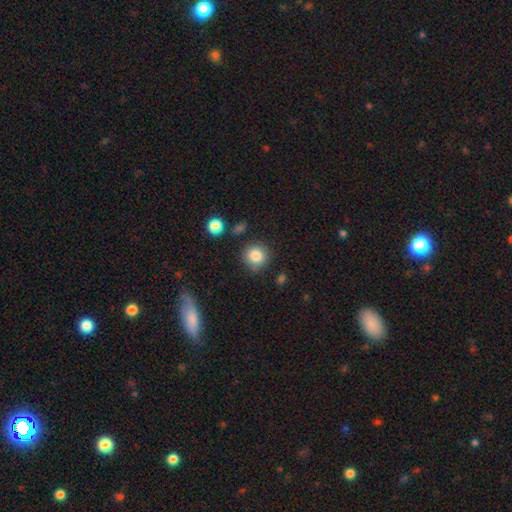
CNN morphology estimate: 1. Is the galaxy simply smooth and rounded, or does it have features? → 84% smooth, 10% star or artifact, 6% featured or disk.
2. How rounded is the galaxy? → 91% round, 8% in between, 1% cigar-shaped.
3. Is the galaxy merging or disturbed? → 83% none, 11% minor disturbance, 4% merger, 3% major disturbance.